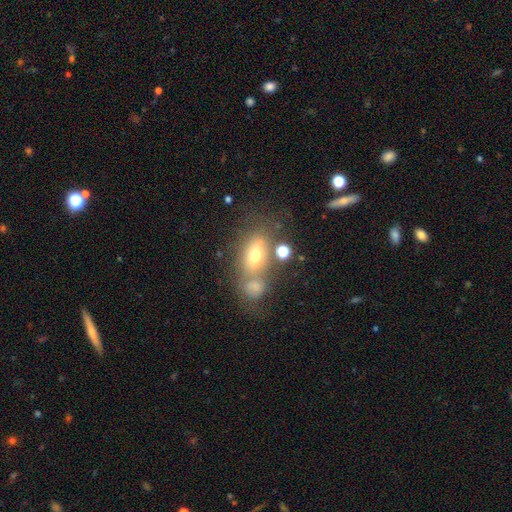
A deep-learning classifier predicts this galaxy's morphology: This is likely a smooth galaxy (60%). How rounded: likely in between (77%). Merging: marginally none (41%).